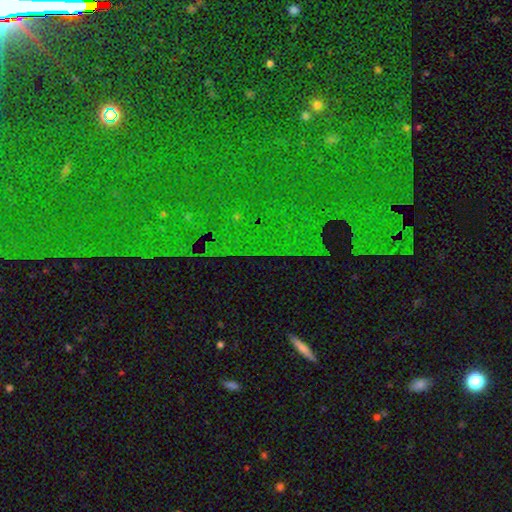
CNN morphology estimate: star or artifact 79%, featured or disk 11%, smooth 10%.